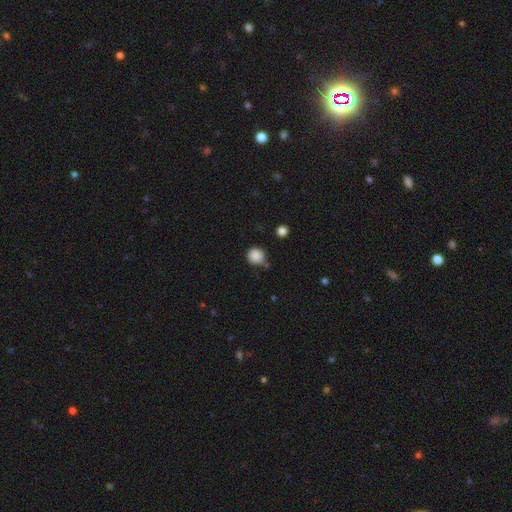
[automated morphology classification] This appears to be a smooth galaxy with no disk features (86%) that is round (92%). Merging: none (70%).